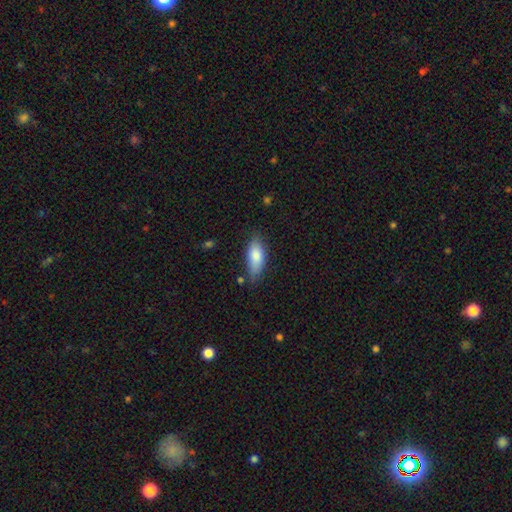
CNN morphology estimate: smooth 83%, featured or disk 11%, star or artifact 6%. Down the decision tree: how rounded — in between (81%); merging — none (71%).